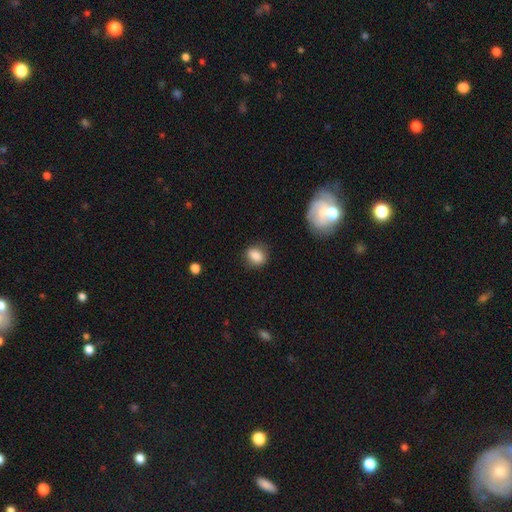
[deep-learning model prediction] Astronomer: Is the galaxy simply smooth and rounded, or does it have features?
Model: smooth — 84%.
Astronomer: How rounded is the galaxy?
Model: in between — 54% (runner-up: round, 44%).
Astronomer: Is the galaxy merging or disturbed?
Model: none — 79%.